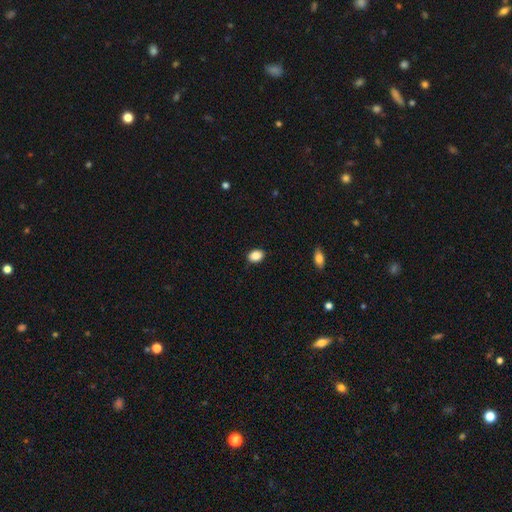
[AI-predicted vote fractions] smooth-or-featured: smooth: 87% | star or artifact: 8% | featured or disk: 4%
  how-rounded: in between: 71% | round: 28% | cigar-shaped: 1%
  merging: none: 88% | minor disturbance: 9% | major disturbance: 2% | merger: 1%